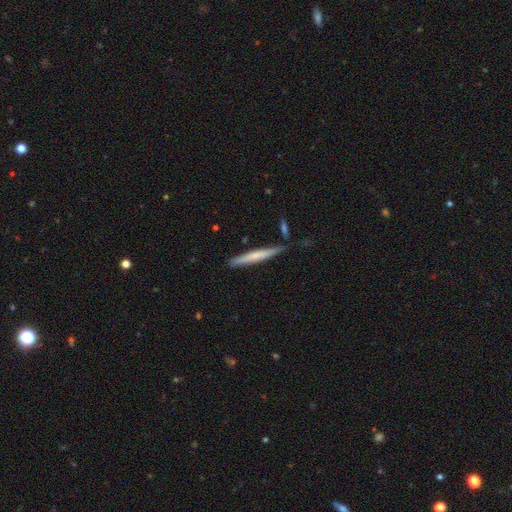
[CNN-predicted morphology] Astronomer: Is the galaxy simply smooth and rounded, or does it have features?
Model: smooth — 56% (runner-up: featured or disk, 39%).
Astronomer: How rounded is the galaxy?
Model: cigar-shaped — 96%.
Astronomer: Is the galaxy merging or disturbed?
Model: none — 82%.